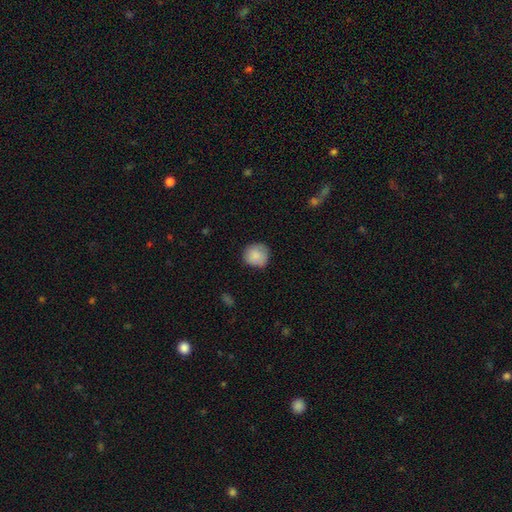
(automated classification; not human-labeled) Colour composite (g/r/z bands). It shows a smooth galaxy with no disk features (84%) that is round (89%). Merging: none (72%).